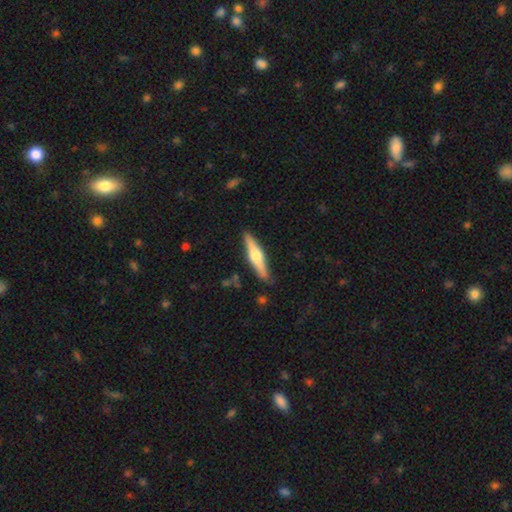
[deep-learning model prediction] This is possibly a featured or disk galaxy (57%). It is clearly viewed edge-on (96%). Edge-on bulge: clearly rounded (91%). Merging: clearly none (87%).